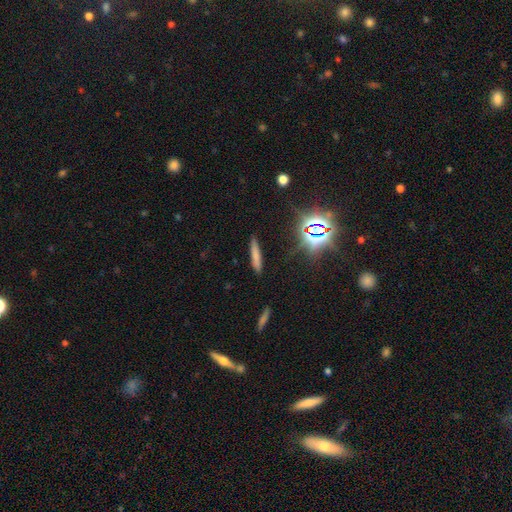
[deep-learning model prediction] Q: Smooth or featured?
A: smooth (70%); runner-up: star or artifact (15%)
Q: How rounded?
A: cigar-shaped (90%); runner-up: in between (8%)
Q: Merging?
A: none (87%); runner-up: minor disturbance (9%)